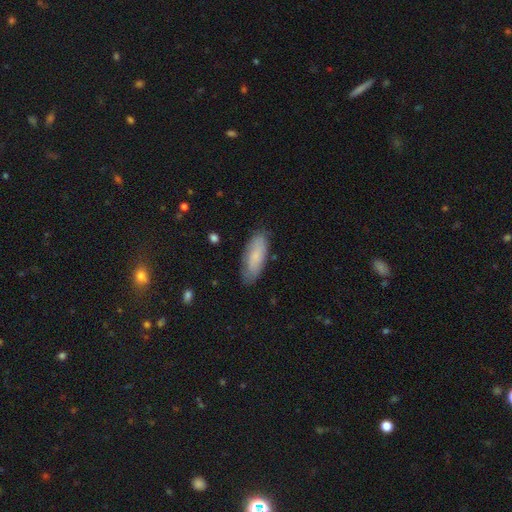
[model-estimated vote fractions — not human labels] smooth_or_featured: smooth (p=0.75) [alt: featured or disk p=0.18]
how_rounded: in between (p=0.72) [alt: cigar-shaped p=0.26]
merging: none (p=0.80) [alt: minor disturbance p=0.16]